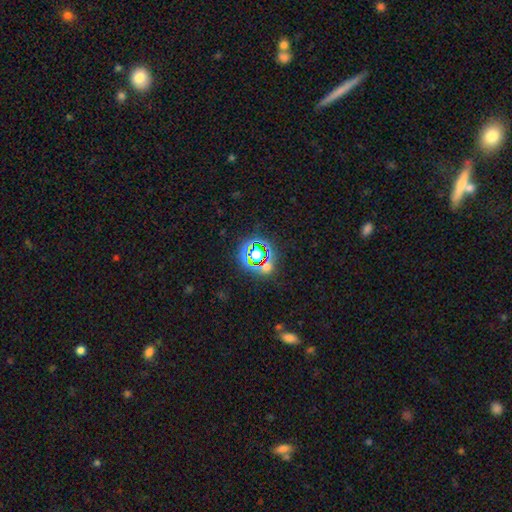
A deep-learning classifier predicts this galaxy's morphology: Q: Smooth or featured?
A: star or artifact (67%); runner-up: smooth (23%)